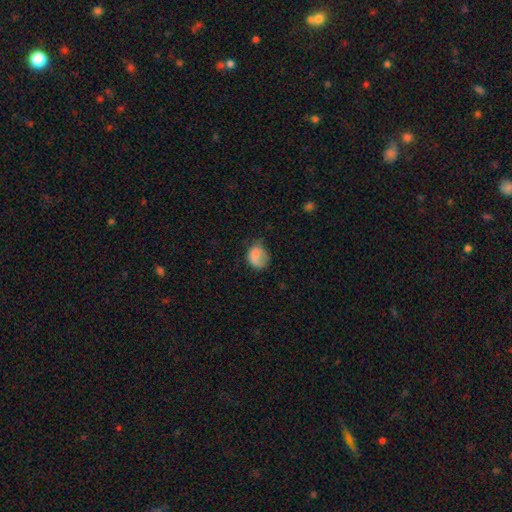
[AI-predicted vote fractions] smooth-or-featured: smooth: 78% | featured or disk: 13% | star or artifact: 9%
  how-rounded: round: 55% | in between: 44% | cigar-shaped: 1%
  merging: none: 40% | minor disturbance: 35% | major disturbance: 23% | merger: 2%